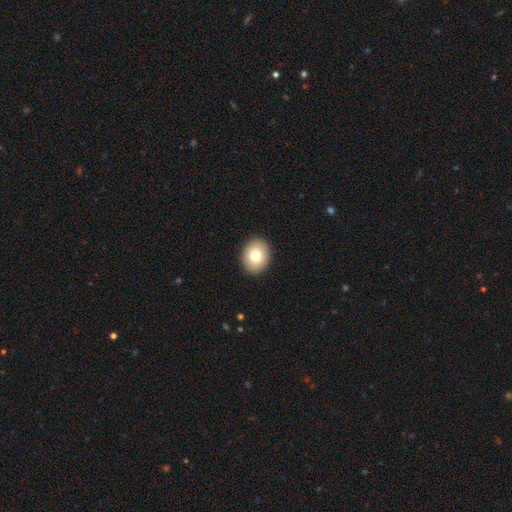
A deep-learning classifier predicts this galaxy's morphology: smooth_or_featured: smooth (p=0.77) [alt: featured or disk p=0.14]
how_rounded: round (p=0.54) [alt: in between p=0.45]
merging: none (p=0.92) [alt: minor disturbance p=0.06]